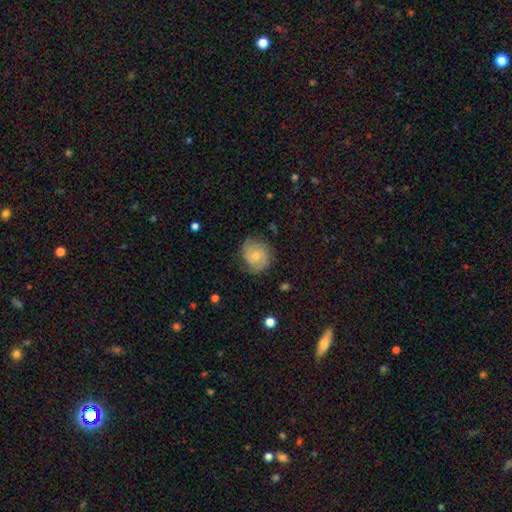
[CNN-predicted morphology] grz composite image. It shows a smooth galaxy with no disk features (49%). Merging: none (71%).